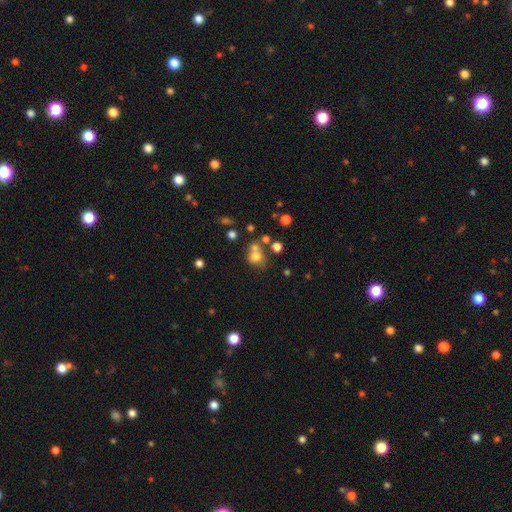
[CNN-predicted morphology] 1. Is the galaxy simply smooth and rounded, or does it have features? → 70% smooth, 16% star or artifact, 13% featured or disk.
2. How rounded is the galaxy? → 74% round, 25% in between, 1% cigar-shaped.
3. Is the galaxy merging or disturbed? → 46% none, 33% merger, 13% minor disturbance, 7% major disturbance.